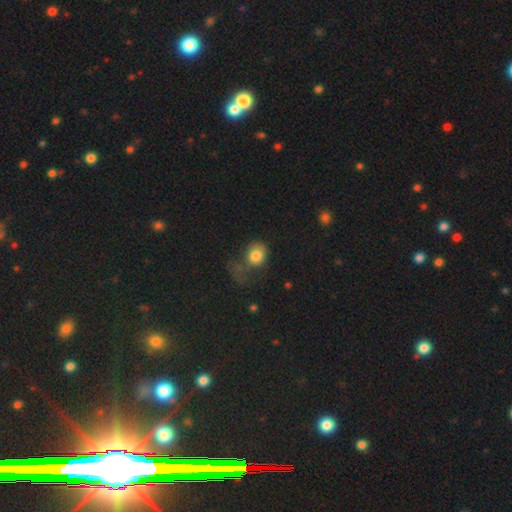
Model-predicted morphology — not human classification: This appears to be a smooth galaxy with no disk features (81%) that is round (67%). Merging: none (40%).